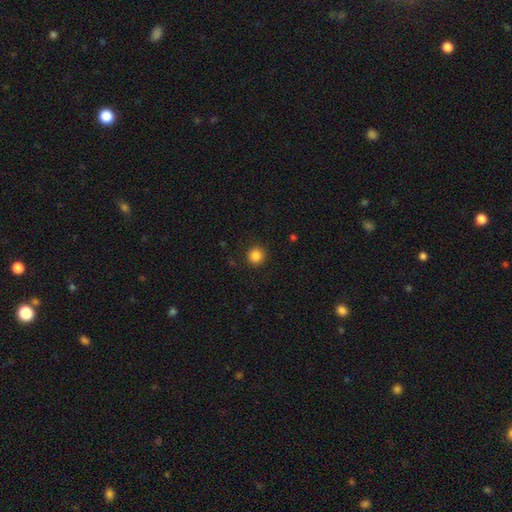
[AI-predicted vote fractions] Morphology: type=smooth (86%); roundness=round (93%); merging=none (91%).